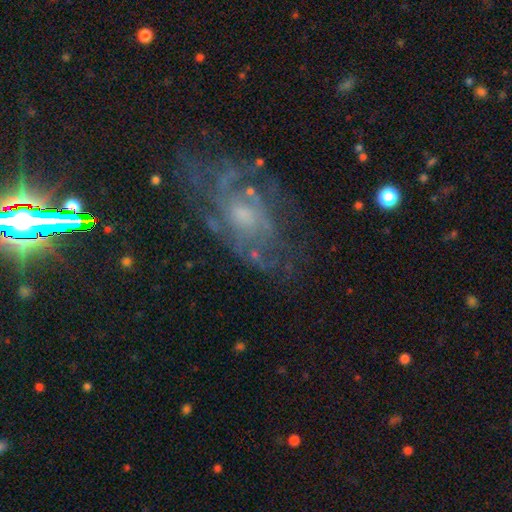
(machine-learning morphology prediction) Smooth or featured?
  - featured or disk: 77% *
  - smooth: 13%
  - star or artifact: 10%
Edge-on disk?
  - no: 95% *
  - yes: 5%
Bar?
  - no: 73% *
  - weak: 23%
  - strong: 4%
Spiral arms?
  - yes: 77% *
  - no: 23%
Spiral winding?
  - tight: 41% *
  - medium: 40%
  - loose: 19%
Spiral arm count?
  - can't tell: 50% *
  - 2: 20%
  - 3: 12%
  - 4: 8%
  - 1: 6%
  - more than 4: 5%
Bulge size?
  - small: 45% *
  - moderate: 40%
  - none: 9%
  - large: 5%
  - dominant: 1%
Merging?
  - none: 61% *
  - minor disturbance: 20%
  - major disturbance: 17%
  - merger: 3%